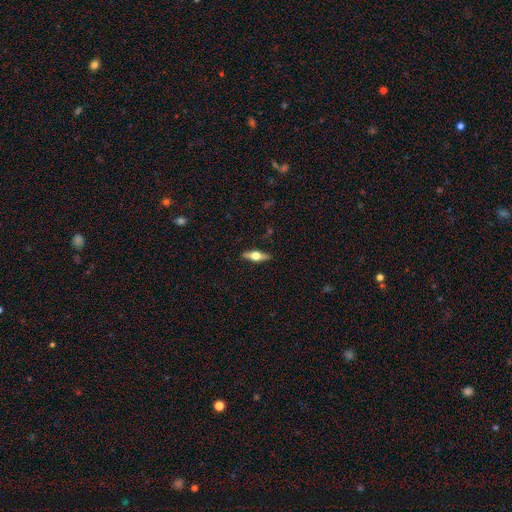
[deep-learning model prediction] Smooth or featured: featured or disk — 65% (smooth — 29%)
Edge-on disk: yes — 95% (no — 5%)
Edge-on bulge: rounded — 95% (boxy — 3%)
Merging: none — 89% (minor disturbance — 8%)